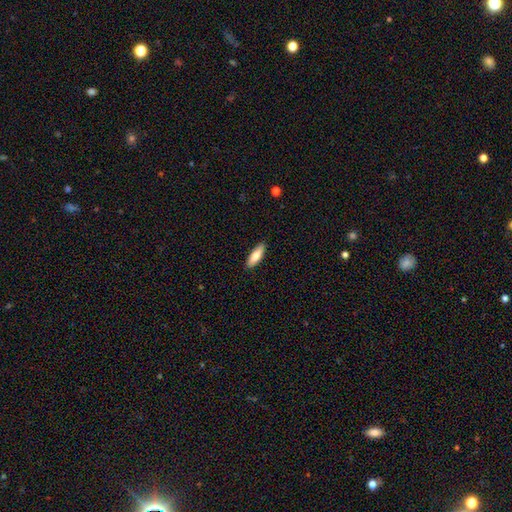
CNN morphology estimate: A smooth galaxy with no disk features (77%) that is in between round and cigar-shaped (54%).

Vote fractions:
- Smooth or featured? smooth: 77% / featured or disk: 17% / star or artifact: 6%
- How rounded? in between: 54% / cigar-shaped: 44% / round: 2%
- Merging? none: 89% / minor disturbance: 8% / major disturbance: 2% / merger: 1%